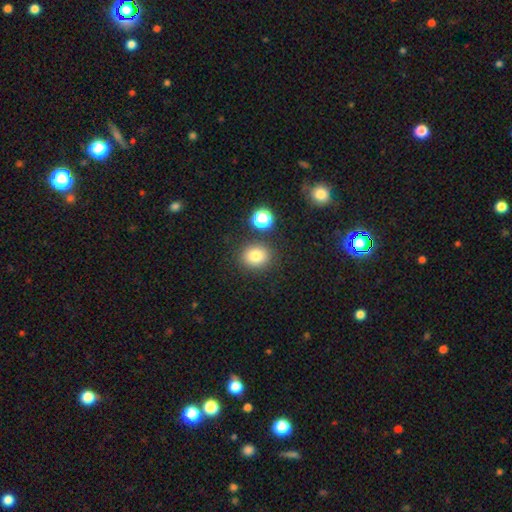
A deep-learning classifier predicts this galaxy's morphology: A smooth galaxy with no disk features (79%) that is round (73%). Merging: none (83%).